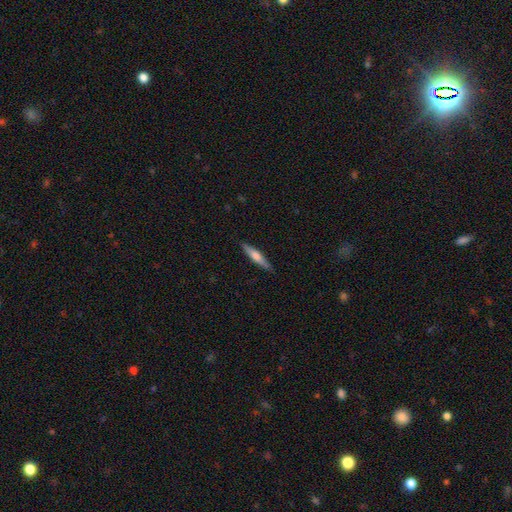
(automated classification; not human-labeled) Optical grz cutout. It shows a smooth galaxy with no disk features (52%) that is cigar-shaped (87%). Merging: none (88%).